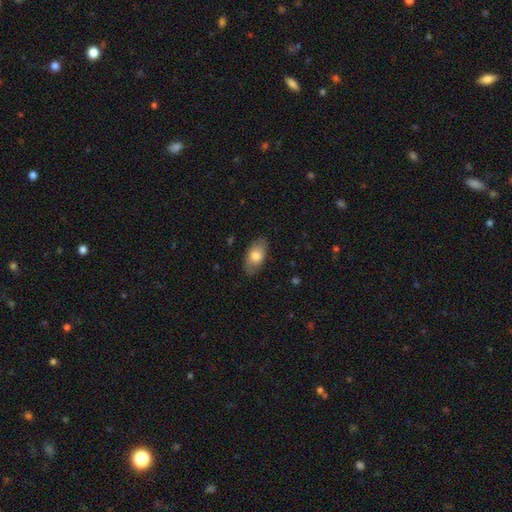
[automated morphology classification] The model was most divided on "smooth or featured": smooth: 77%, featured or disk: 17%, star or artifact: 6%. More confident: how rounded — in between (92%); merging — none (83%).